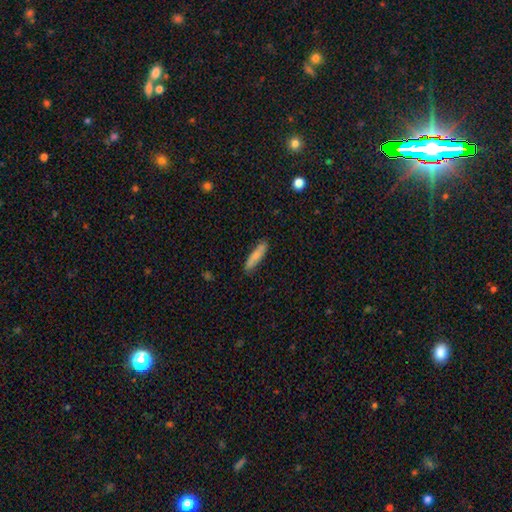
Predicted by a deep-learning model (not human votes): Smooth or featured: smooth — 79% (featured or disk — 15%)
How rounded: cigar-shaped — 76% (in between — 22%)
Merging: none — 85% (minor disturbance — 12%)